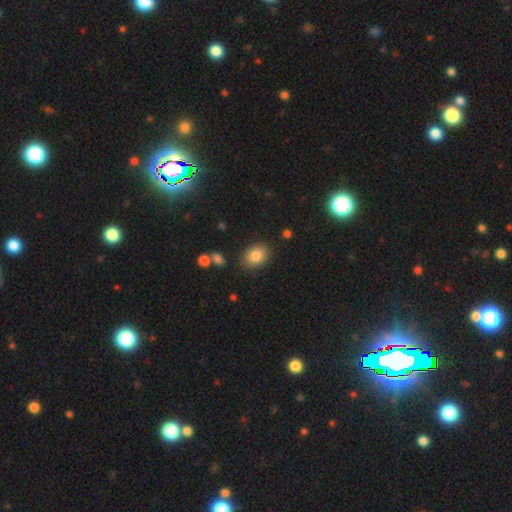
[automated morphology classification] This appears to be a smooth galaxy with no disk features (85%) that is in between round and cigar-shaped (72%). Merging: none (82%).